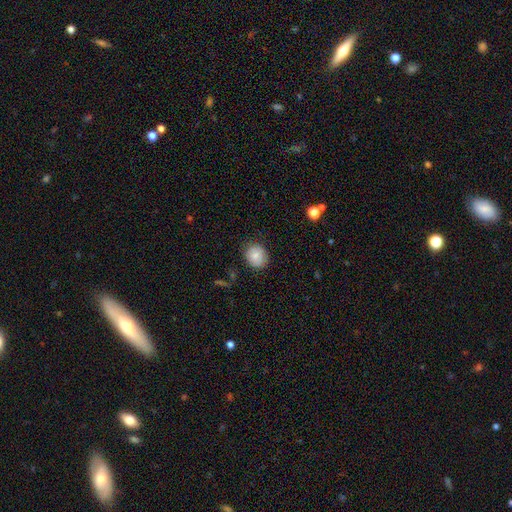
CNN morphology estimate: The model was most divided on "how rounded": round: 73%, in between: 26%, cigar-shaped: 1%. More confident: smooth or featured — smooth (84%); merging — none (82%).